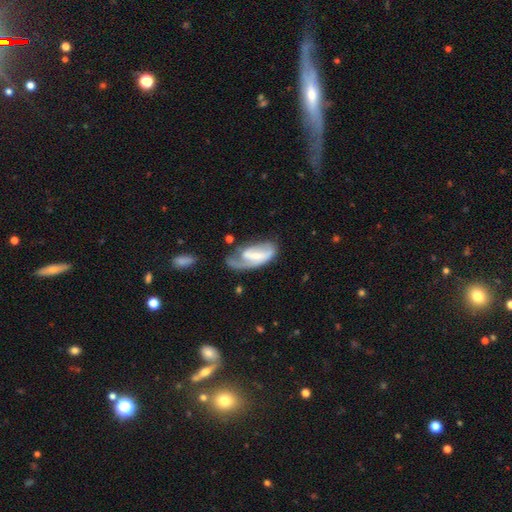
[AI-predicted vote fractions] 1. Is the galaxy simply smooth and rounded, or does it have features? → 63% featured or disk, 30% smooth, 6% star or artifact.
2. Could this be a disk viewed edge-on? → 93% no, 7% yes.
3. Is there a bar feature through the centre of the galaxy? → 40% weak, 33% strong, 27% no.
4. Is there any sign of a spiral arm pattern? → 78% yes, 22% no.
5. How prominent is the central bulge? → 43% small, 31% moderate, 17% none, 7% large, 2% dominant.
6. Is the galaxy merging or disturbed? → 34% none, 32% major disturbance, 28% minor disturbance, 6% merger.